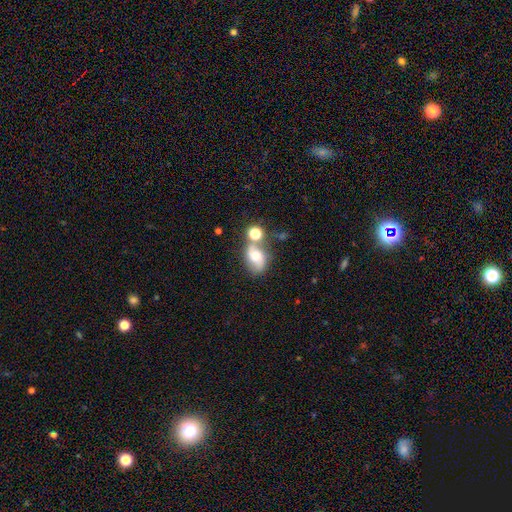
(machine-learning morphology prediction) A featured or disk galaxy (44%, tied with smooth).

Vote fractions:
- Smooth or featured? featured or disk: 44% (tied) / smooth: 44% (tied) / star or artifact: 12%
- Merging? none: 49% / merger: 26% / minor disturbance: 18% / major disturbance: 8%